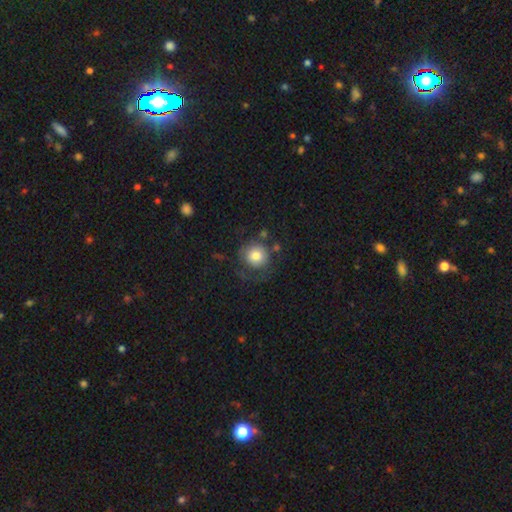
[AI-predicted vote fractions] A smooth galaxy with no disk features (75%) that is round (92%). Merging: none (60%).